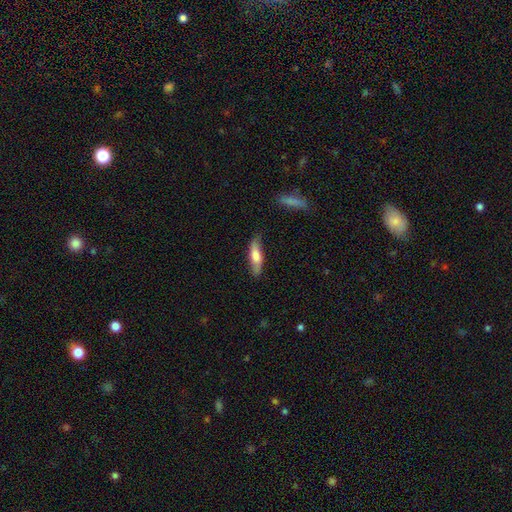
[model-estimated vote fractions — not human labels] Smooth or featured?
  - smooth: 59% *
  - featured or disk: 35%
  - star or artifact: 6%
How rounded?
  - cigar-shaped: 57% *
  - in between: 40%
  - round: 2%
Merging?
  - none: 74% *
  - minor disturbance: 20%
  - major disturbance: 4%
  - merger: 2%